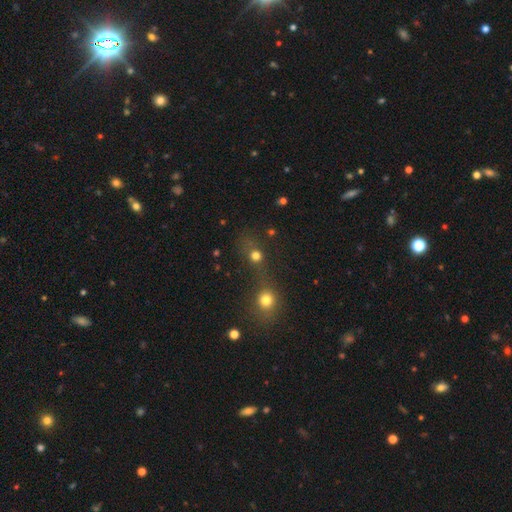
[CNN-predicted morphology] Q: Smooth or featured?
A: smooth (71%); runner-up: star or artifact (21%)
Q: How rounded?
A: round (85%); runner-up: in between (13%)
Q: Merging?
A: merger (43%); runner-up: none (42%)